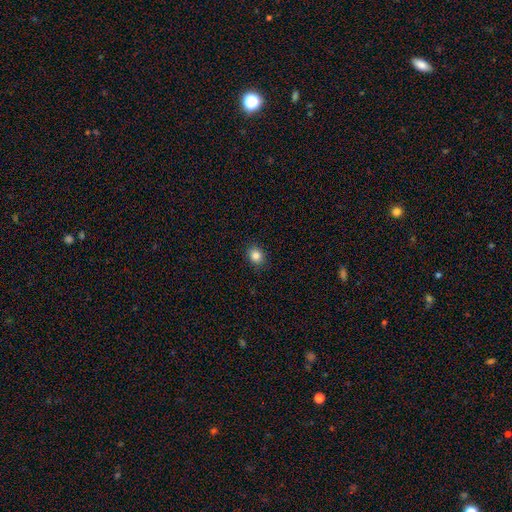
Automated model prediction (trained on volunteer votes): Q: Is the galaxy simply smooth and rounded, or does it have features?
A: smooth — 84%.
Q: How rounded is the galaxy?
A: round — 63%.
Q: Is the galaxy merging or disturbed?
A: none — 89%.